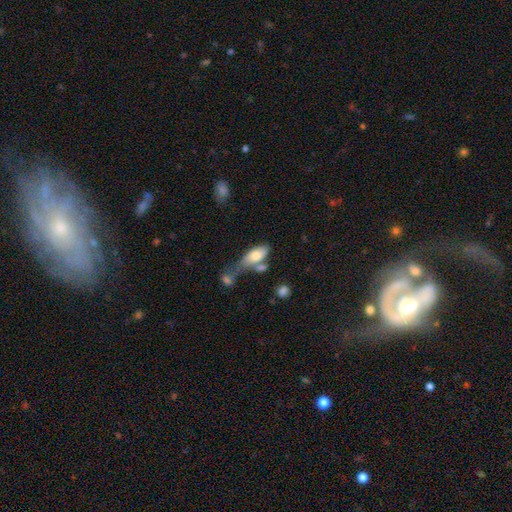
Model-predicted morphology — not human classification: This appears to be a smooth galaxy with no disk features (73%) that is in between round and cigar-shaped (86%). Merging: merger (43%).